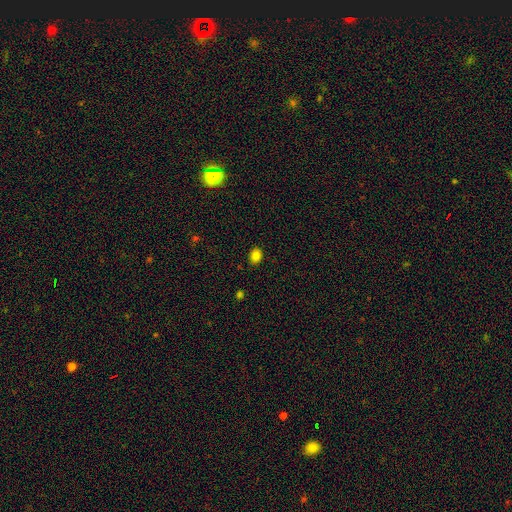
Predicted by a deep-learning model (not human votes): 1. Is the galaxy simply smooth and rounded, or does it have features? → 83% smooth, 12% star or artifact, 5% featured or disk.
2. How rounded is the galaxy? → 64% in between, 35% round, 1% cigar-shaped.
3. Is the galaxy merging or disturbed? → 87% none, 9% minor disturbance, 2% major disturbance, 1% merger.